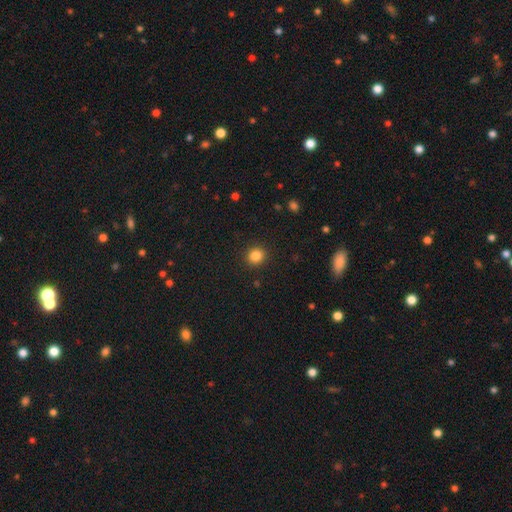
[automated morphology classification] Smooth or featured? Predicted: smooth (p=0.84). How rounded? Predicted: round (p=0.88). Merging? Predicted: none (p=0.91).